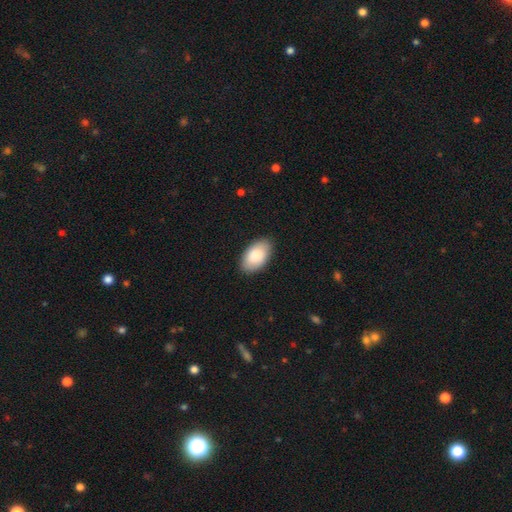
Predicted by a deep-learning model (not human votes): Q: Smooth or featured?
A: smooth (88%); runner-up: featured or disk (6%)
Q: How rounded?
A: in between (95%); runner-up: round (3%)
Q: Merging?
A: none (87%); runner-up: minor disturbance (10%)